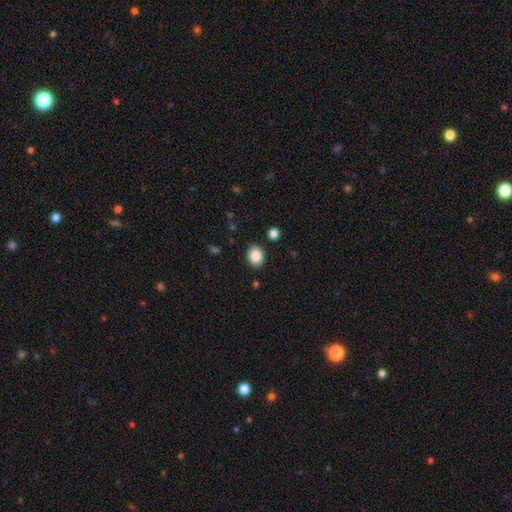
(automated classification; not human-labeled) smooth_or_featured: smooth (p=0.87) [alt: star or artifact p=0.09]
how_rounded: in between (p=0.51) [alt: round p=0.48]
merging: none (p=0.88) [alt: minor disturbance p=0.08]